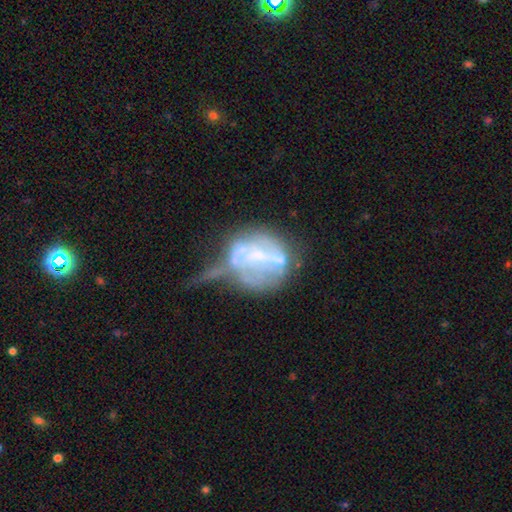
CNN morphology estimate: Q: Smooth or featured?
A: featured or disk (65%); runner-up: smooth (23%)
Q: Edge-on disk?
A: no (96%); runner-up: yes (4%)
Q: Bar?
A: no (59%); runner-up: weak (25%)
Q: Spiral arms?
A: no (78%); runner-up: yes (22%)
Q: Bulge size?
A: none (43%); runner-up: small (30%)
Q: Merging?
A: major disturbance (41%); runner-up: none (21%)